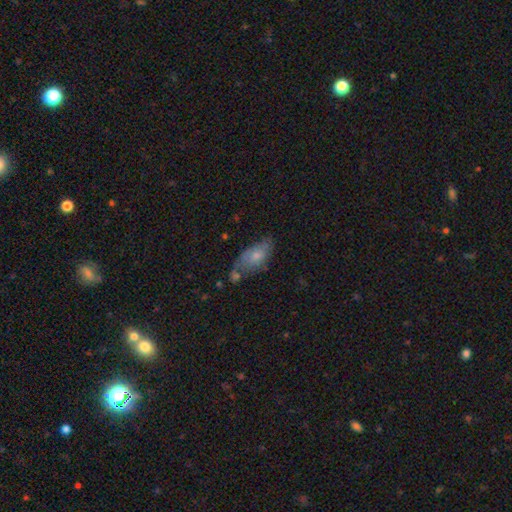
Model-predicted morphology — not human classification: Smooth or featured? Predicted: smooth (p=0.63). How rounded? Predicted: in between (p=0.87). Merging? Predicted: none (p=0.41).